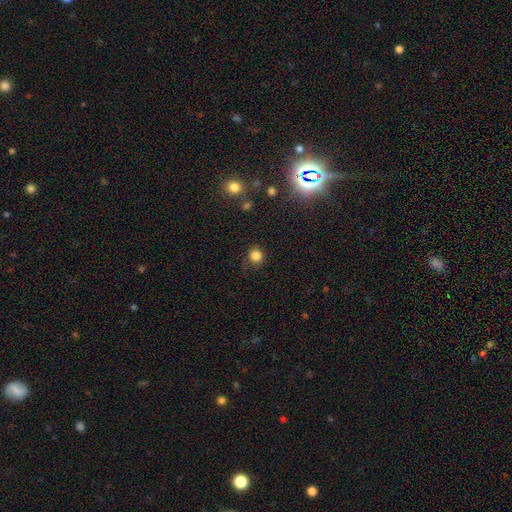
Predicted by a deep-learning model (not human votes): A smooth galaxy with no disk features (82%) that is round (90%). Merging: none (77%).